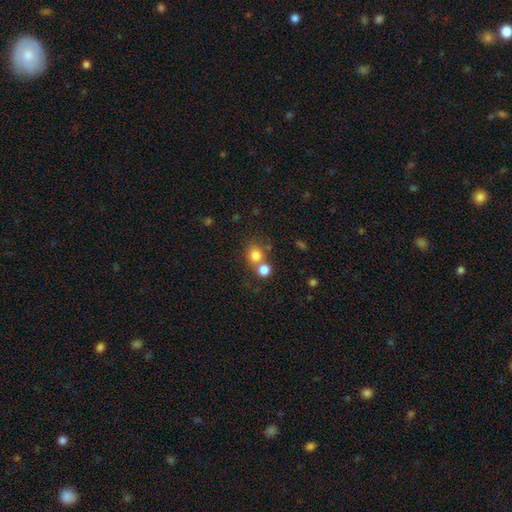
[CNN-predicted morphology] Smooth or featured?
  - smooth: 79% *
  - star or artifact: 12%
  - featured or disk: 8%
How rounded?
  - round: 81% *
  - in between: 18%
  - cigar-shaped: 1%
Merging?
  - none: 51% *
  - merger: 38%
  - minor disturbance: 7%
  - major disturbance: 3%